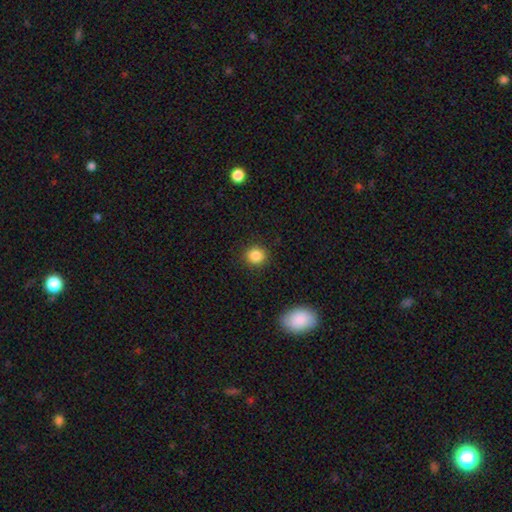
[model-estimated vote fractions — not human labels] Smooth or featured? smooth (85%)
How rounded? round (88%)
Merging? none (90%)